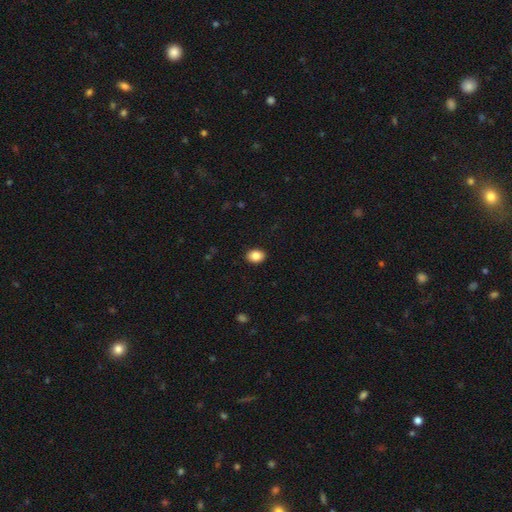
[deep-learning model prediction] Smooth or featured? Predicted: smooth (p=0.86). How rounded? Predicted: in between (p=0.69). Merging? Predicted: none (p=0.91).